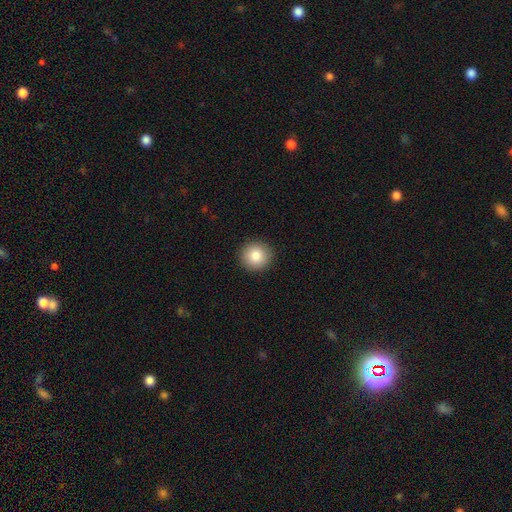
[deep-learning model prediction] smooth_or_featured: smooth (p=0.85) [alt: star or artifact p=0.09]
how_rounded: round (p=0.94) [alt: in between p=0.05]
merging: none (p=0.93) [alt: minor disturbance p=0.05]